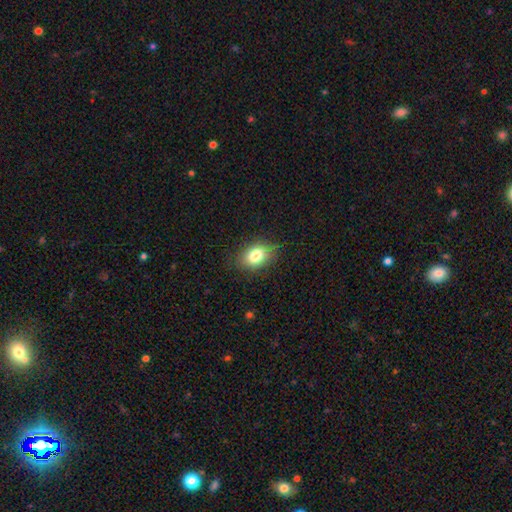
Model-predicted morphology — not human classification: type=smooth (81%); roundness=in between (82%); merging=none (81%).